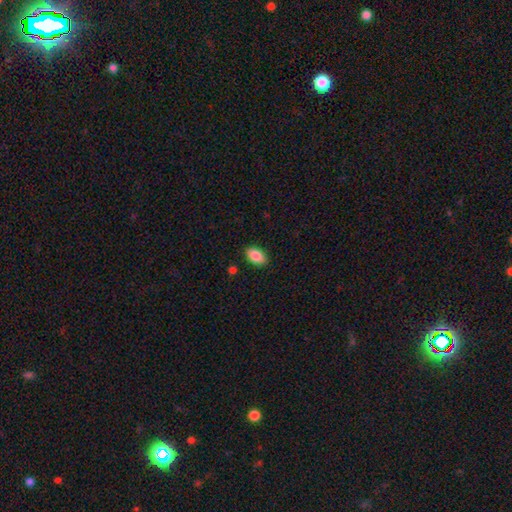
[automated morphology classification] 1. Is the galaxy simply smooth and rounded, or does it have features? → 87% smooth, 7% star or artifact, 6% featured or disk.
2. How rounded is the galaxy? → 92% in between, 6% round, 2% cigar-shaped.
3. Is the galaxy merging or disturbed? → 88% none, 9% minor disturbance, 2% major disturbance, 1% merger.